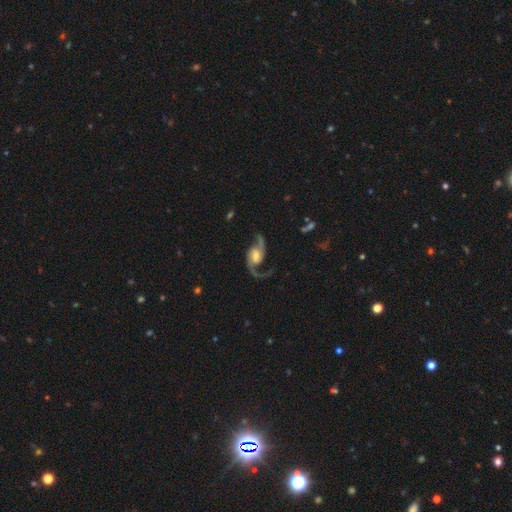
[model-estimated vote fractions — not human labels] Q: Smooth or featured?
A: featured or disk (91%); runner-up: smooth (5%)
Q: Edge-on disk?
A: no (97%); runner-up: yes (3%)
Q: Bar?
A: no (43%); runner-up: weak (42%)
Q: Spiral arms?
A: yes (98%); runner-up: no (2%)
Q: Spiral winding?
A: loose (59%); runner-up: medium (34%)
Q: Spiral arm count?
A: 2 (93%); runner-up: 1 (2%)
Q: Bulge size?
A: moderate (45%); runner-up: small (28%)
Q: Merging?
A: none (73%); runner-up: minor disturbance (14%)